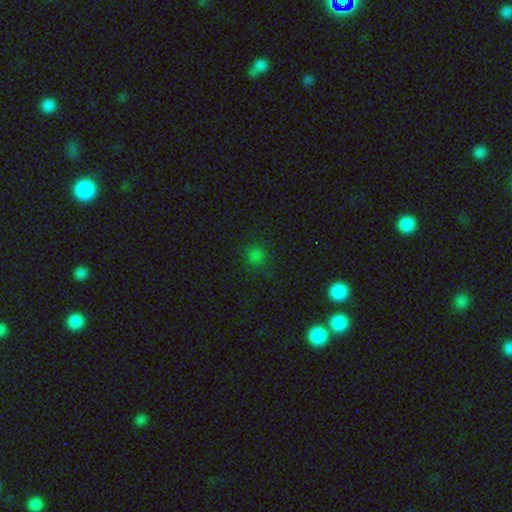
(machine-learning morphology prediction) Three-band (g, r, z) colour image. It shows a smooth galaxy with no disk features (74%) that is round (89%). Merging: none (83%).